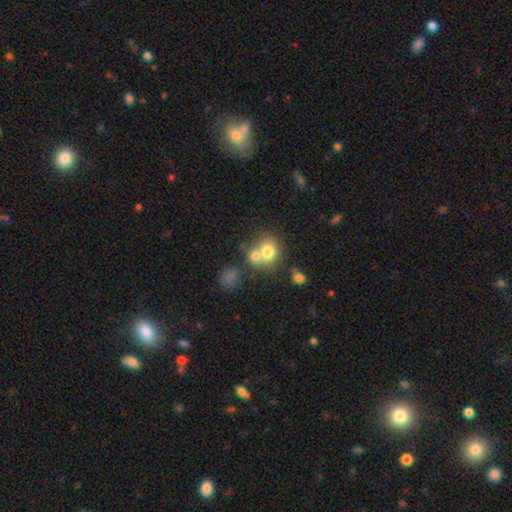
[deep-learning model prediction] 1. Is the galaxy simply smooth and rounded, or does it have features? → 72% smooth, 17% featured or disk, 11% star or artifact.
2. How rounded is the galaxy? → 70% round, 29% in between, 1% cigar-shaped.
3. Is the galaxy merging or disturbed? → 57% merger, 32% none, 7% minor disturbance, 4% major disturbance.